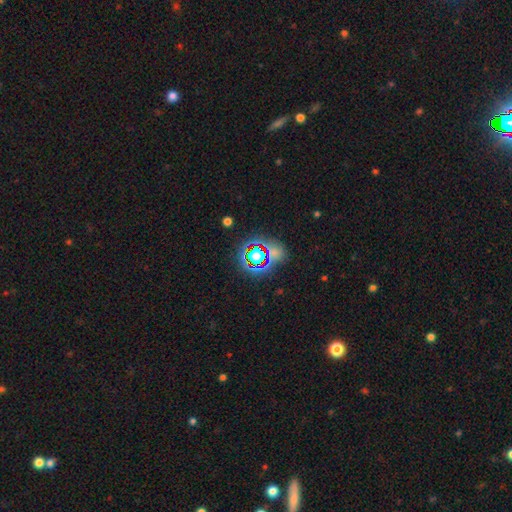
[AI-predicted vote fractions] A star or artifact, not a galaxy (62%).